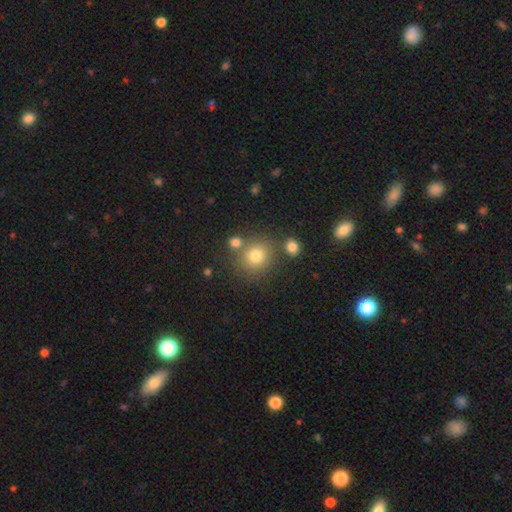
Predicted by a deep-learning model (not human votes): The model was most divided on "merging": none: 72%, merger: 14%, minor disturbance: 10%, major disturbance: 4%. More confident: how rounded — round (84%); smooth or featured — smooth (77%).